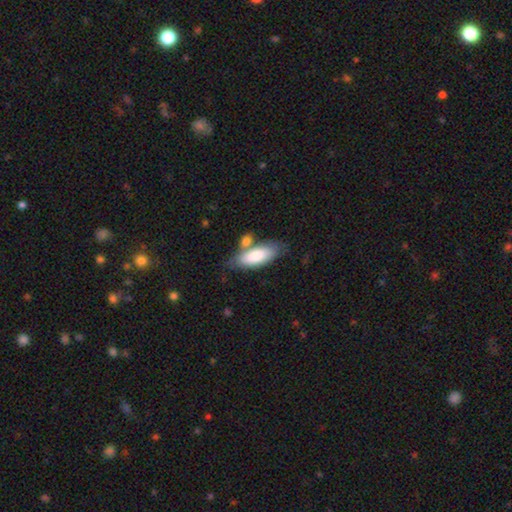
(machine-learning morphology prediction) Smooth or featured? smooth (80%)
How rounded? in between (79%)
Merging? none (50%)